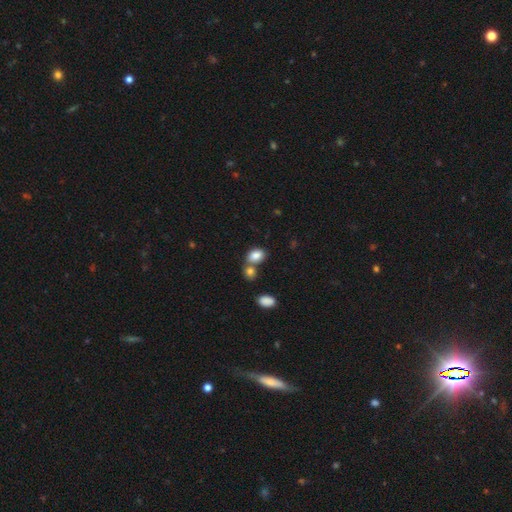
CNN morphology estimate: A smooth galaxy with no disk features (84%) that is in between round and cigar-shaped (82%).

Vote fractions:
- Smooth or featured? smooth: 84% / star or artifact: 9% / featured or disk: 7%
- How rounded? in between: 82% / round: 16% / cigar-shaped: 1%
- Merging? none: 47% / merger: 37% / minor disturbance: 11% / major disturbance: 4%